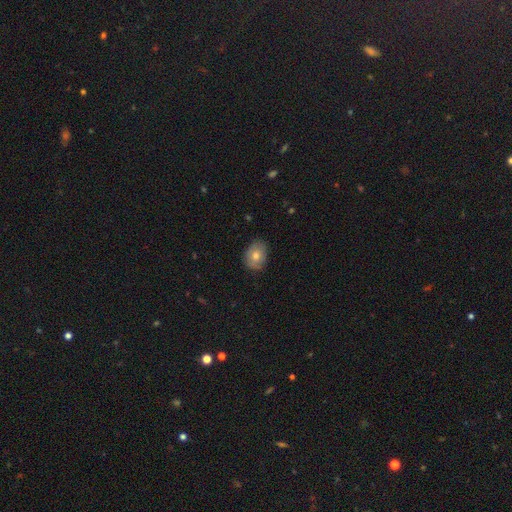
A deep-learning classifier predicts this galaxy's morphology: smooth 68%, featured or disk 22%, star or artifact 10%. Down the decision tree: how rounded — in between (58%); merging — none (79%).